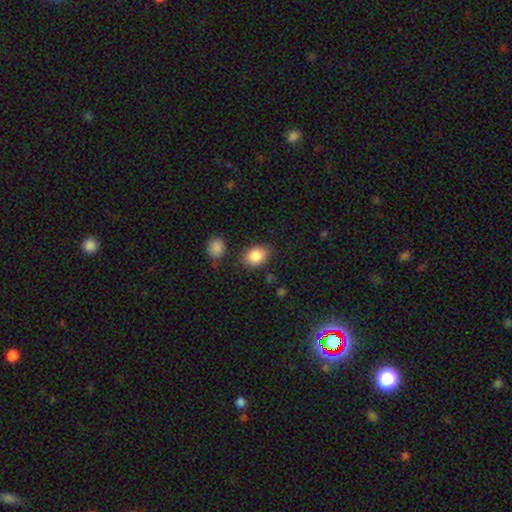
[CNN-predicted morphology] This appears to be a smooth galaxy with no disk features (87%) that is in between round and cigar-shaped (63%). Merging: none (77%).